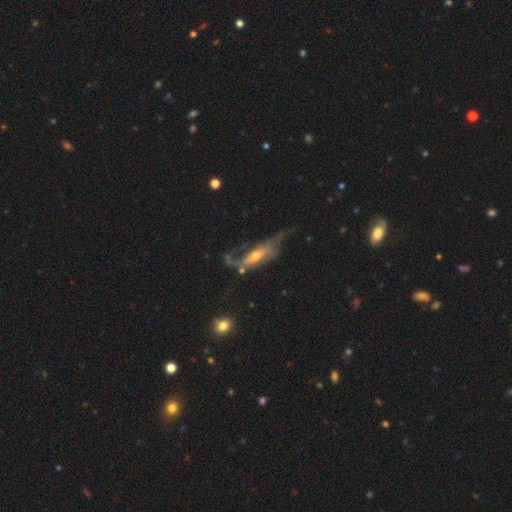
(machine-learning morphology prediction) Smooth or featured: featured or disk — 67% (smooth — 26%)
Edge-on disk: no — 64% (yes — 36%)
Merging: major disturbance — 38% (none — 31%)